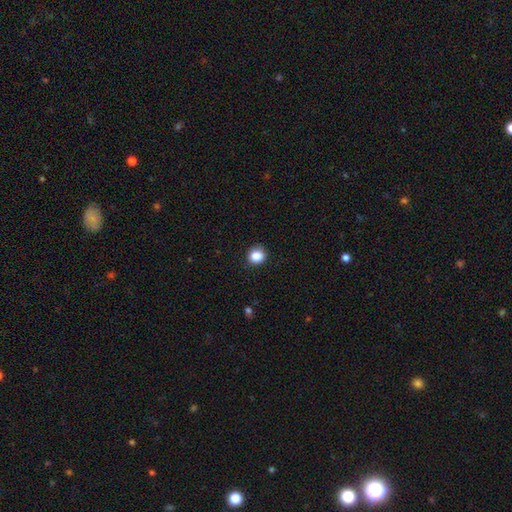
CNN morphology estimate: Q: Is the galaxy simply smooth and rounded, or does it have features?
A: smooth — 85%.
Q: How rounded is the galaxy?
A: round — 86%.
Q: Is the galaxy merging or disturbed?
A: none — 89%.